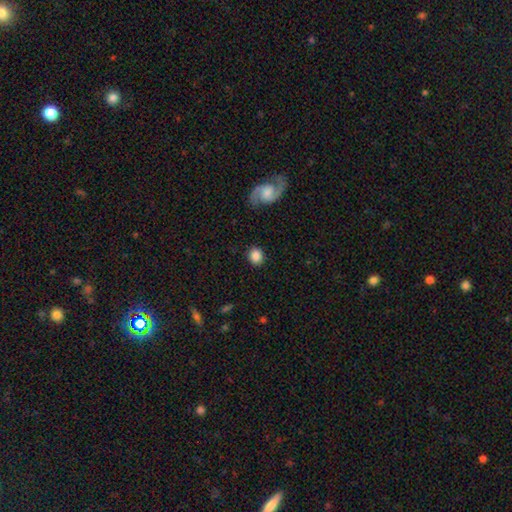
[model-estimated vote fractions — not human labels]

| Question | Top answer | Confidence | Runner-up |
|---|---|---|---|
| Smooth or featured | smooth | 83% | featured or disk (10%) |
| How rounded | round | 72% | in between (26%) |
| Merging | none | 87% | minor disturbance (9%) |